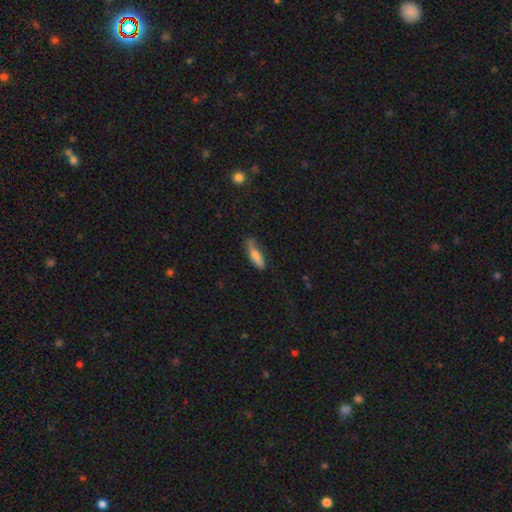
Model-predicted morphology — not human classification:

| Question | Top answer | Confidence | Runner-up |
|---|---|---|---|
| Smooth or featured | smooth | 71% | featured or disk (22%) |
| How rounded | cigar-shaped | 52% | in between (46%) |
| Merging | none | 60% | minor disturbance (29%) |